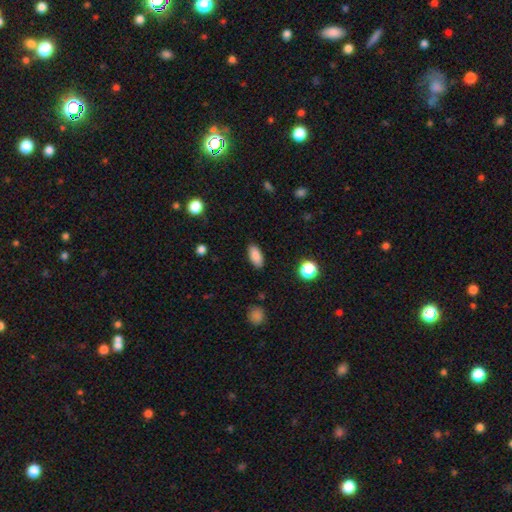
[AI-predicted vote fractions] smooth 86%, star or artifact 8%, featured or disk 6%. Down the decision tree: how rounded — in between (88%); merging — none (88%).